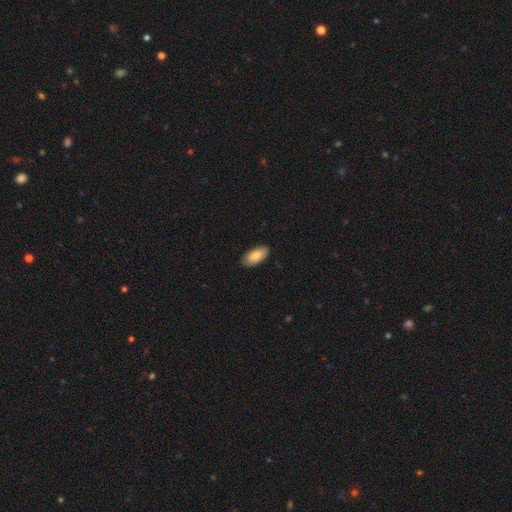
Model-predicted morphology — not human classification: The model was most divided on "smooth or featured": smooth: 81%, featured or disk: 13%, star or artifact: 6%. More confident: how rounded — in between (92%); merging — none (88%).